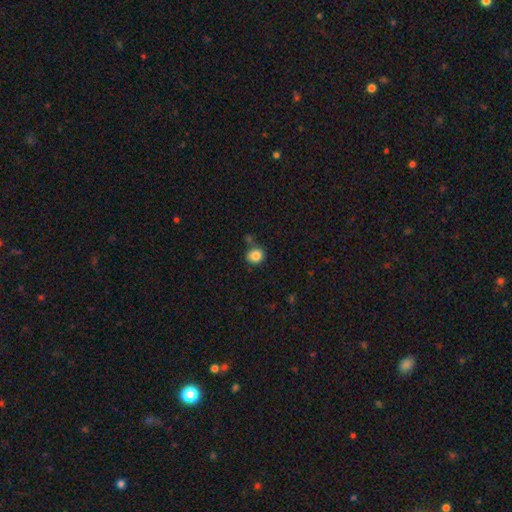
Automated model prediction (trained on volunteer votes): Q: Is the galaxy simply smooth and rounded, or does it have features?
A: smooth — 86%.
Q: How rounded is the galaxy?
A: round — 78%.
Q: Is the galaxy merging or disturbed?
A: none — 75%.